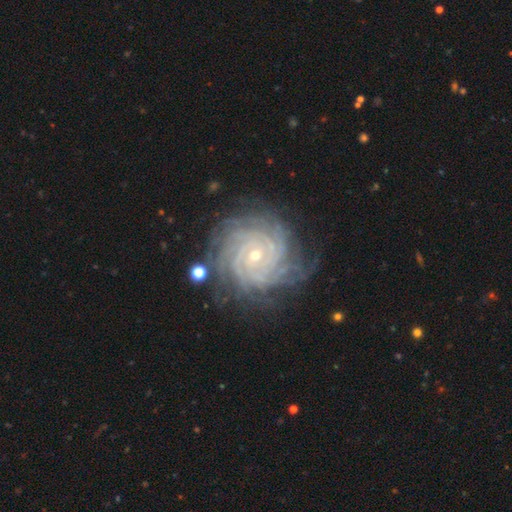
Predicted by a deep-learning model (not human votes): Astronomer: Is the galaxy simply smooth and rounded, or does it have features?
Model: featured or disk — 91%.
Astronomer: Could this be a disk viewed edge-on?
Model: no — 98%.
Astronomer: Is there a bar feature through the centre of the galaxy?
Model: no — 68%.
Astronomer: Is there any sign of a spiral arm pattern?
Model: yes — 99%.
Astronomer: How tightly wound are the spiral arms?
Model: tight — 86%.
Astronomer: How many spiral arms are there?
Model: more than 4 — 35% (runner-up: 4, 22%).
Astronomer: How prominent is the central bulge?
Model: small — 76%.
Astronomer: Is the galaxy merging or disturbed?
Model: none — 79%.